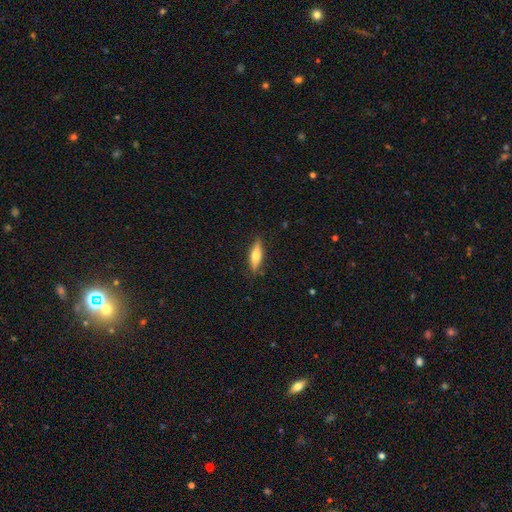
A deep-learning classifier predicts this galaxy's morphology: type=smooth (62%); roundness=cigar-shaped (61%); merging=none (86%).